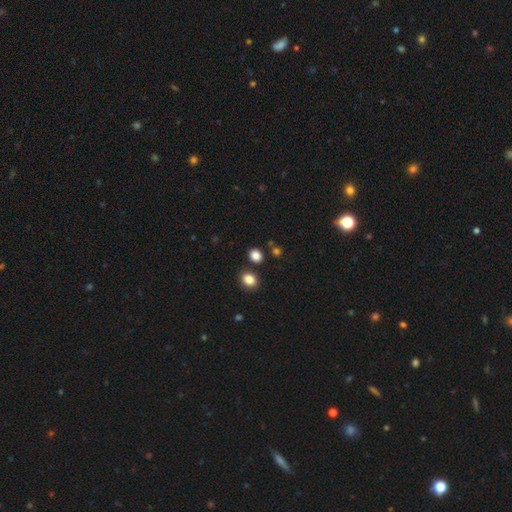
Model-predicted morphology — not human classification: smooth-or-featured: smooth: 84% | star or artifact: 12% | featured or disk: 4%
  how-rounded: round: 61% | in between: 38% | cigar-shaped: 1%
  merging: none: 81% | minor disturbance: 9% | merger: 8% | major disturbance: 3%